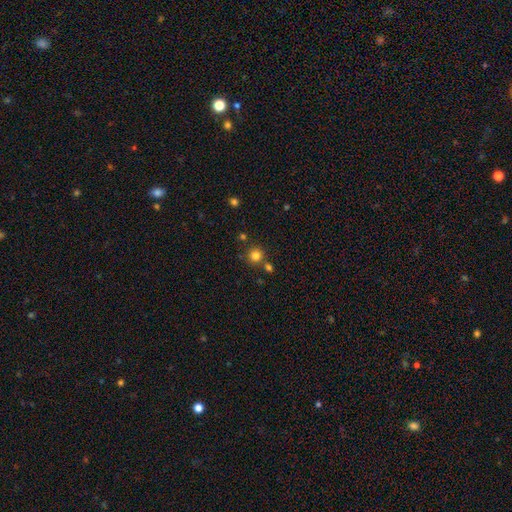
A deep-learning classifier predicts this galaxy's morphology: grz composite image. It shows a smooth galaxy with no disk features (81%) that is round (93%). Merging: none (78%).